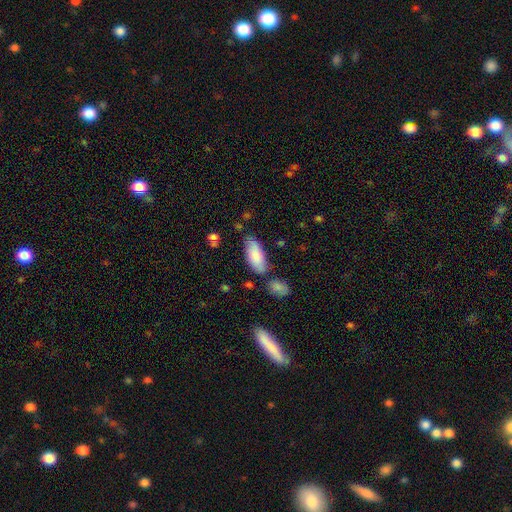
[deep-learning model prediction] smooth 84%, featured or disk 11%, star or artifact 6%. Down the decision tree: how rounded — in between (84%); merging — none (70%).